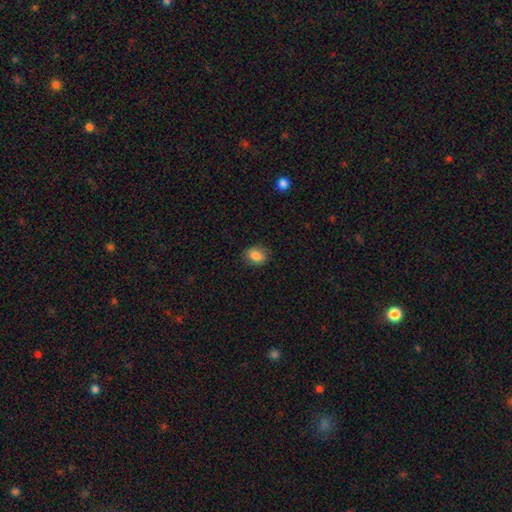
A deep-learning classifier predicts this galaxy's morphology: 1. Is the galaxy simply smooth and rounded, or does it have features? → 85% smooth, 9% star or artifact, 6% featured or disk.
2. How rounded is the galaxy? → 59% in between, 40% round, 1% cigar-shaped.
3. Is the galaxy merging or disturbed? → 81% none, 14% minor disturbance, 3% major disturbance, 1% merger.